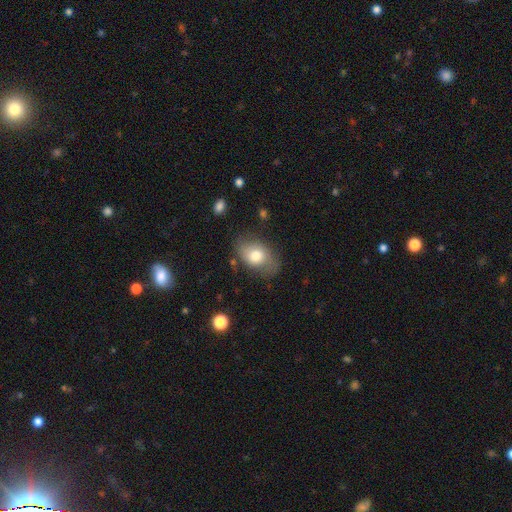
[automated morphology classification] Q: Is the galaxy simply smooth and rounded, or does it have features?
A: smooth — 68%.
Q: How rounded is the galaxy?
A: in between — 82%.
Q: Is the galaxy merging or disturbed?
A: none — 67%.